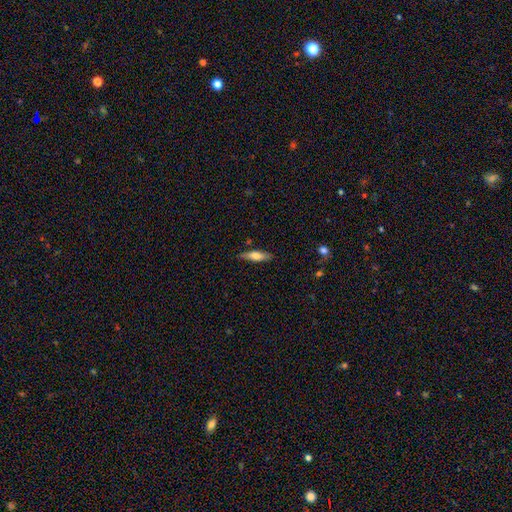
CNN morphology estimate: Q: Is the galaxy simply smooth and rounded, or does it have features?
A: smooth — 63%.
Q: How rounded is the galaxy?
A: cigar-shaped — 58%.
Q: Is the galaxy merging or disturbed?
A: none — 84%.